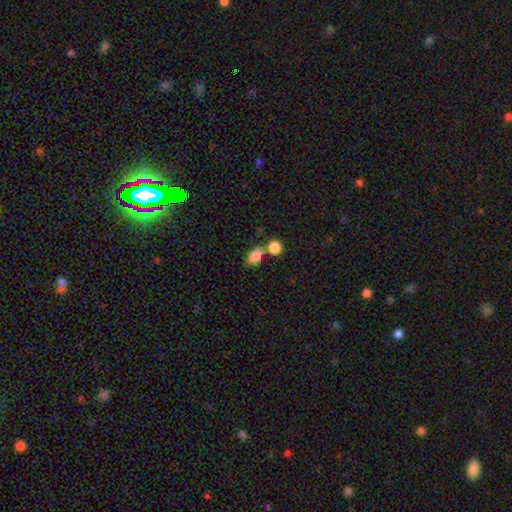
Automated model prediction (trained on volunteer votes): Smooth or featured? Predicted: smooth (p=0.84). How rounded? Predicted: in between (p=0.80). Merging? Predicted: none (p=0.55).